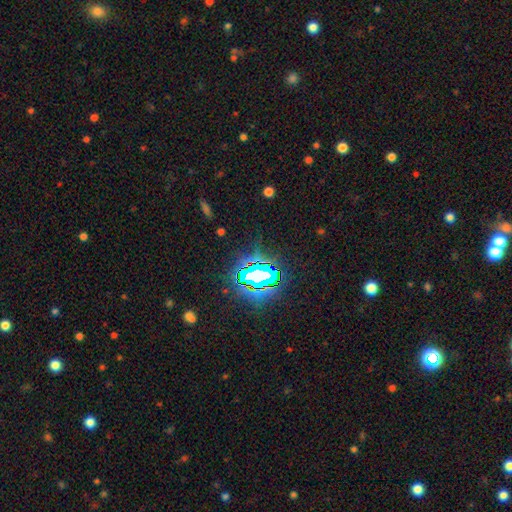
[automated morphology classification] Smooth or featured? star or artifact (82%)